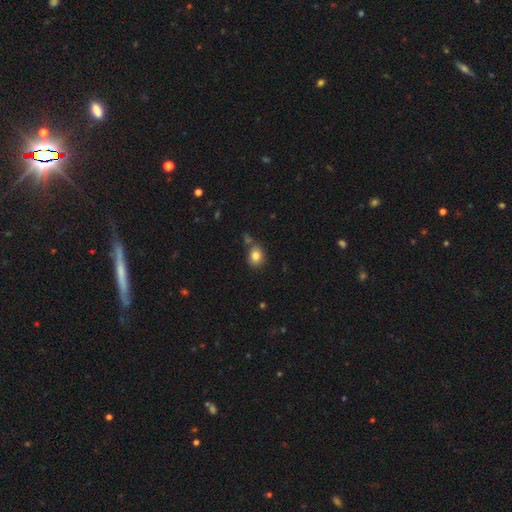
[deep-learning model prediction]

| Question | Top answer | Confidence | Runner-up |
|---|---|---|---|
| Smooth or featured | smooth | 82% | star or artifact (10%) |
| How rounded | round | 50% | in between (49%) |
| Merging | none | 66% | minor disturbance (15%) |